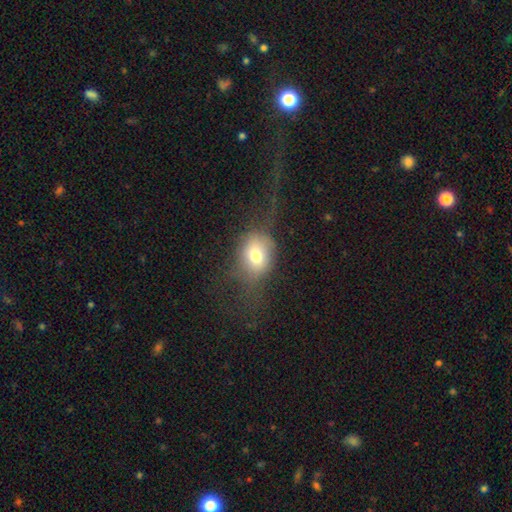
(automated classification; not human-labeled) Morphology: type=smooth (70%); roundness=round (57%); merging=none (45%).